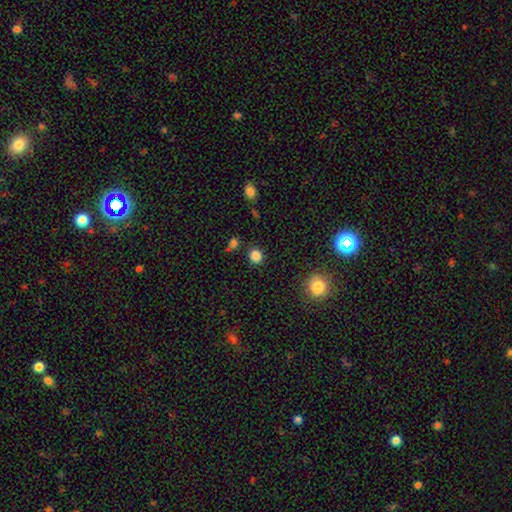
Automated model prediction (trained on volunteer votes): The model was most divided on "how rounded": round: 83%, in between: 16%, cigar-shaped: 1%. More confident: merging — none (84%); smooth or featured — smooth (84%).